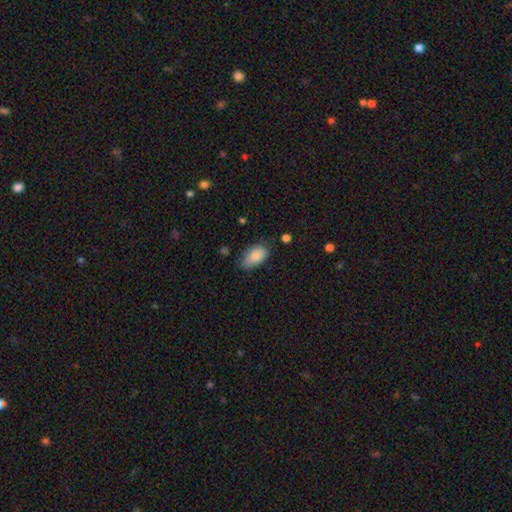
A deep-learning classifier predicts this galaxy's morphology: smooth 85%, featured or disk 8%, star or artifact 7%. Down the decision tree: how rounded — in between (93%); merging — none (63%).